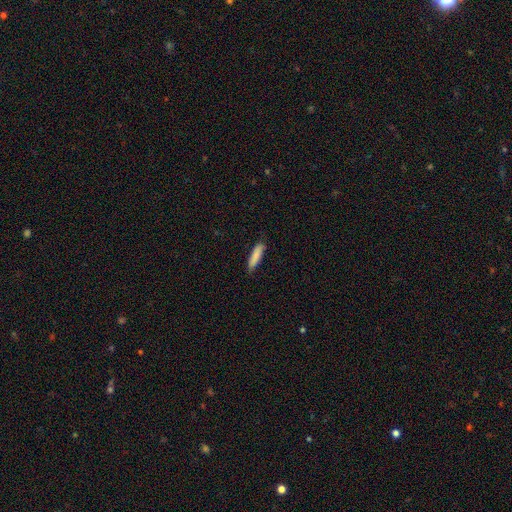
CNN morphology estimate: This appears to be a smooth galaxy with no disk features (86%) that is cigar-shaped (75%). Merging: none (81%).